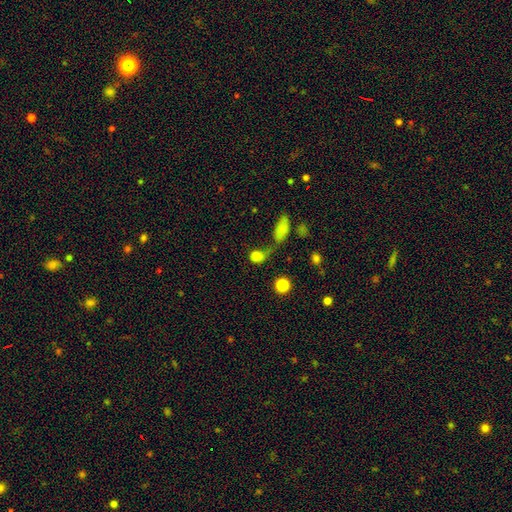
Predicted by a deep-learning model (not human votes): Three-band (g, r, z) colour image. It shows a smooth galaxy with no disk features (79%) that is round (67%). Merging: none (42%).